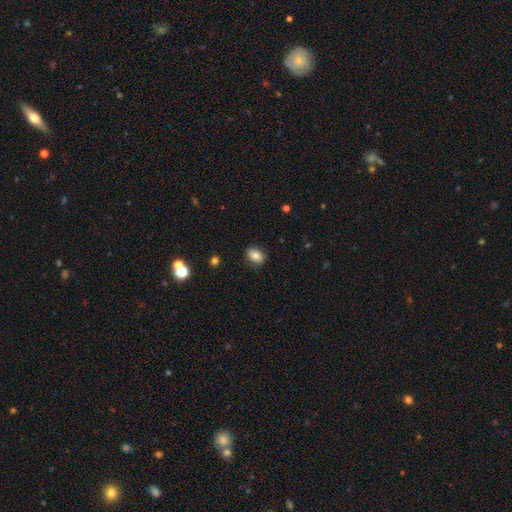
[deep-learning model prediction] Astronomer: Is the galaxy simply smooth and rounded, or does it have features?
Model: smooth — 83%.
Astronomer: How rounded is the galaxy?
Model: in between — 77%.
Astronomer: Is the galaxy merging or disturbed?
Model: none — 87%.